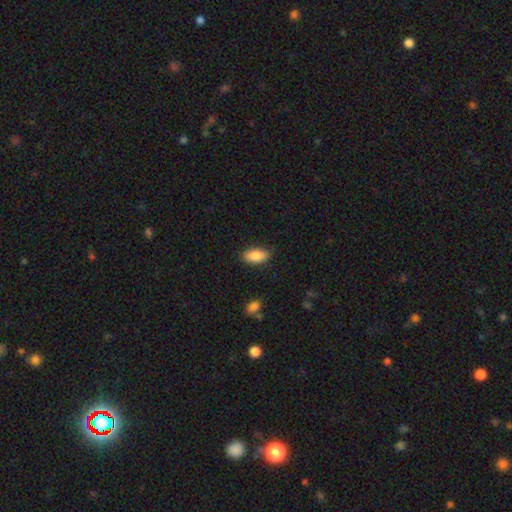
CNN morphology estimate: smooth-or-featured: smooth: 87% | featured or disk: 7% | star or artifact: 7%
  how-rounded: in between: 90% | cigar-shaped: 7% | round: 3%
  merging: none: 86% | minor disturbance: 10% | major disturbance: 2% | merger: 1%